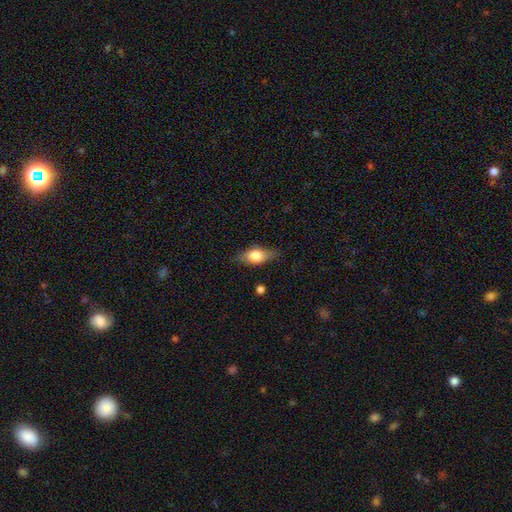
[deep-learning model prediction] Q: Smooth or featured?
A: smooth (68%); runner-up: featured or disk (25%)
Q: How rounded?
A: in between (80%); runner-up: cigar-shaped (13%)
Q: Merging?
A: none (74%); runner-up: minor disturbance (20%)